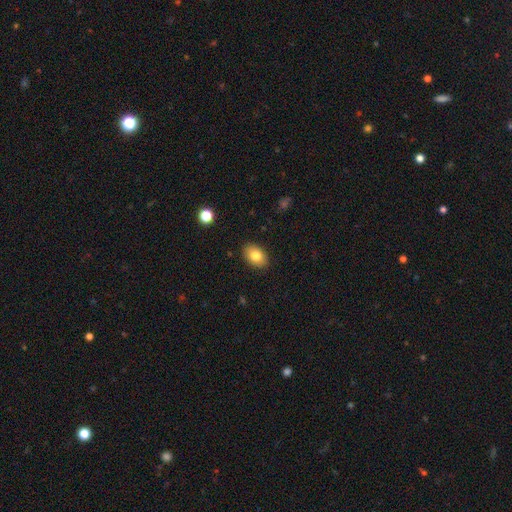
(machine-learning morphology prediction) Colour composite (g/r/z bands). It shows a smooth galaxy with no disk features (80%) that is in between round and cigar-shaped (83%). Merging: none (88%).